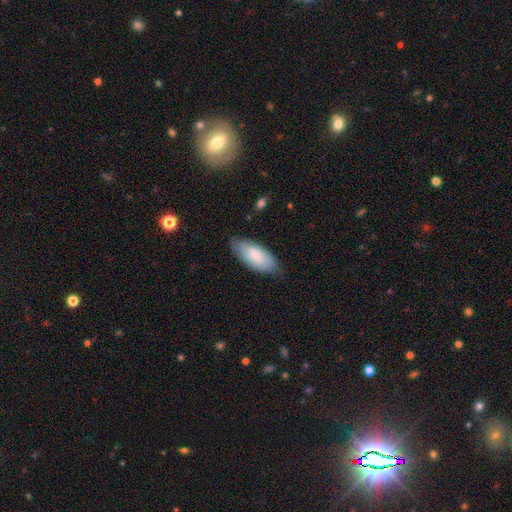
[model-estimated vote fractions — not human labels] smooth 70%, featured or disk 24%, star or artifact 6%. Down the decision tree: how rounded — in between (86%); merging — none (74%).